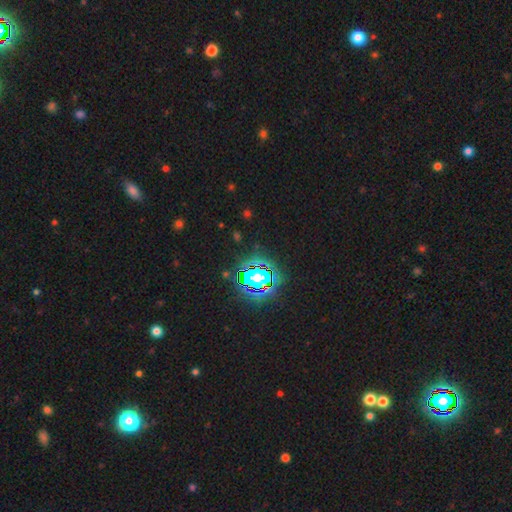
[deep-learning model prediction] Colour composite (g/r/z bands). It shows a star or artifact, not a galaxy (84%).